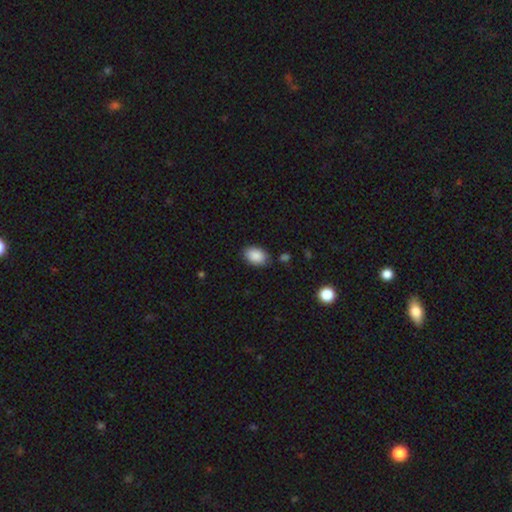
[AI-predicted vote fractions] Q: Smooth or featured?
A: smooth (89%); runner-up: star or artifact (7%)
Q: How rounded?
A: in between (88%); runner-up: round (11%)
Q: Merging?
A: none (83%); runner-up: minor disturbance (12%)